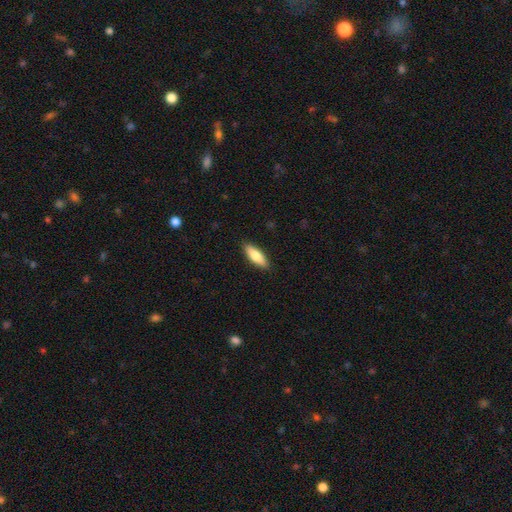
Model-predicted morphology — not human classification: smooth-or-featured: smooth: 80% | featured or disk: 14% | star or artifact: 6%
  how-rounded: in between: 58% | cigar-shaped: 40% | round: 2%
  merging: none: 89% | minor disturbance: 8% | major disturbance: 2% | merger: 1%